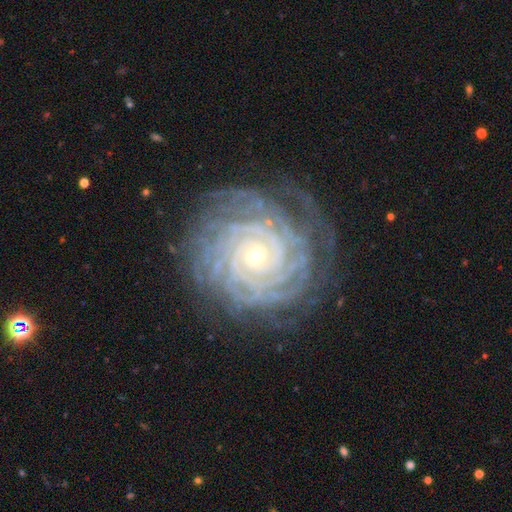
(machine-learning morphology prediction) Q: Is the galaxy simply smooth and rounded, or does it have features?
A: featured or disk — 91%.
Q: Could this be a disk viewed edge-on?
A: no — 98%.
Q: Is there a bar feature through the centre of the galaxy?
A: no — 71%.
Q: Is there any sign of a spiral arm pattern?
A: yes — 99%.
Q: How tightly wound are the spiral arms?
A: tight — 90%.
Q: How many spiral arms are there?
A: more than 4 — 34%.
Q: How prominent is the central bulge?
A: small — 68%.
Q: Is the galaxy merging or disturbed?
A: none — 79%.